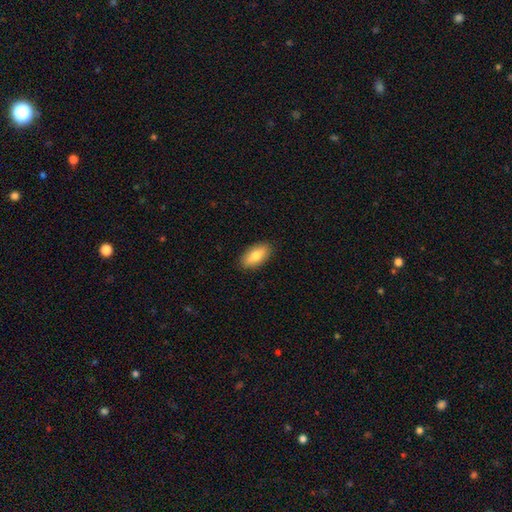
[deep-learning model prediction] Smooth or featured: smooth — 80% (featured or disk — 14%)
How rounded: in between — 90% (cigar-shaped — 7%)
Merging: none — 89% (minor disturbance — 8%)